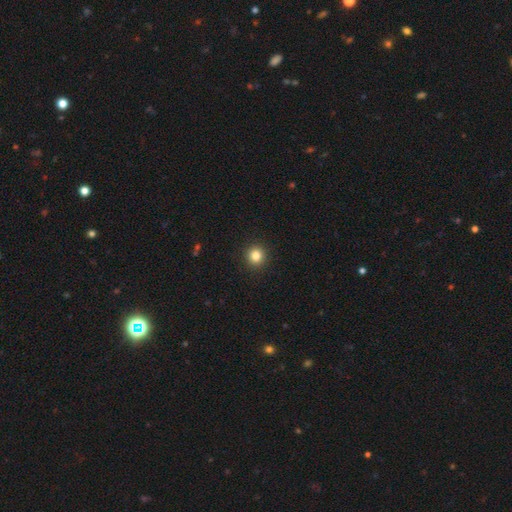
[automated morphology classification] A smooth galaxy with no disk features (83%) that is round (94%).

Vote fractions:
- Smooth or featured? smooth: 83% / star or artifact: 11% / featured or disk: 5%
- How rounded? round: 94% / in between: 5% / cigar-shaped: 1%
- Merging? none: 93% / minor disturbance: 4% / major disturbance: 2% / merger: 1%